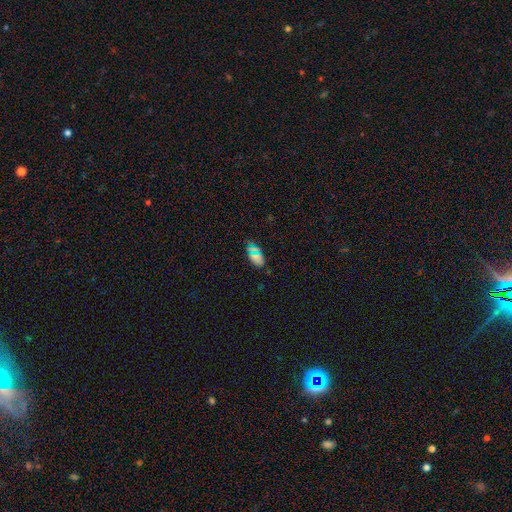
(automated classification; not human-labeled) A smooth galaxy with no disk features (64%) that is in between round and cigar-shaped (88%).

Vote fractions:
- Smooth or featured? smooth: 64% / star or artifact: 29% / featured or disk: 7%
- How rounded? in between: 88% / round: 8% / cigar-shaped: 4%
- Merging? none: 80% / minor disturbance: 13% / major disturbance: 4% / merger: 3%